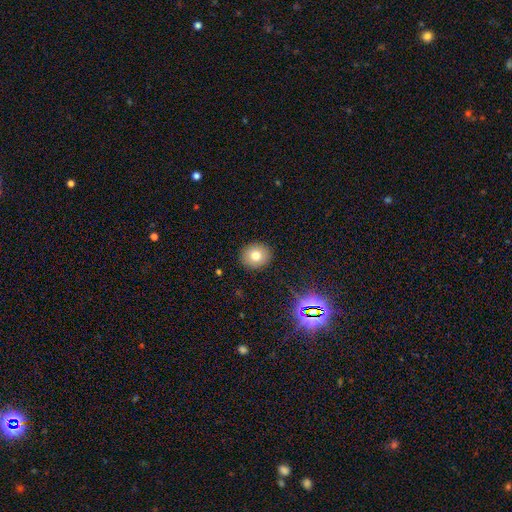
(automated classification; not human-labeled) Smooth or featured? smooth (75%)
How rounded? round (79%)
Merging? none (90%)